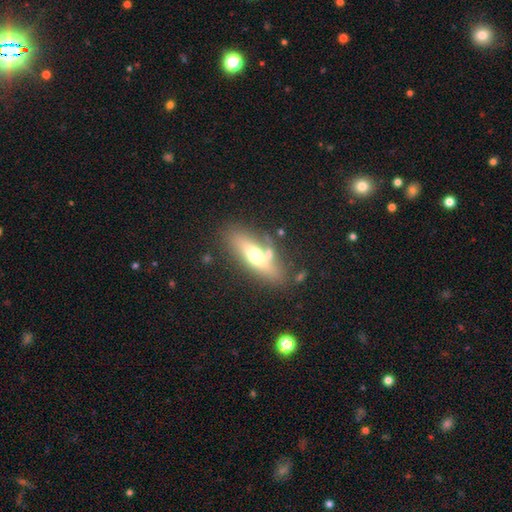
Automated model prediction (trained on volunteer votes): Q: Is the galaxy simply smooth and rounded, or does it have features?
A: smooth — 49%.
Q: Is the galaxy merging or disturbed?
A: none — 65%.